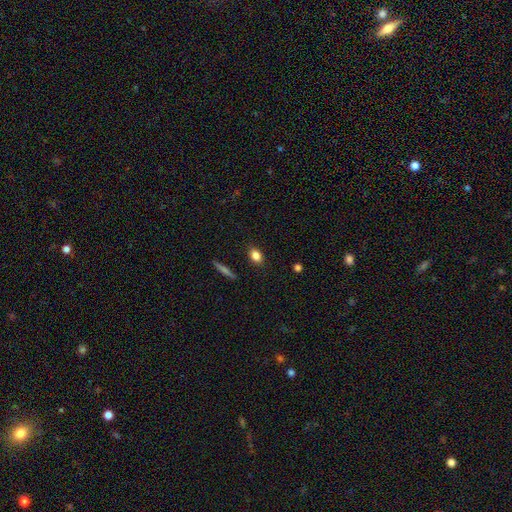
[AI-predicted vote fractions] smooth 83%, star or artifact 9%, featured or disk 8%. Down the decision tree: how rounded — in between (73%); merging — none (87%).